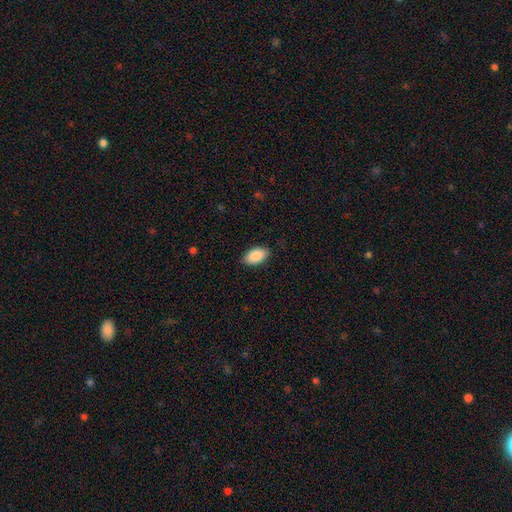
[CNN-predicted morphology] Smooth or featured: smooth — 89% (star or artifact — 6%)
How rounded: in between — 95% (round — 4%)
Merging: none — 86% (minor disturbance — 11%)